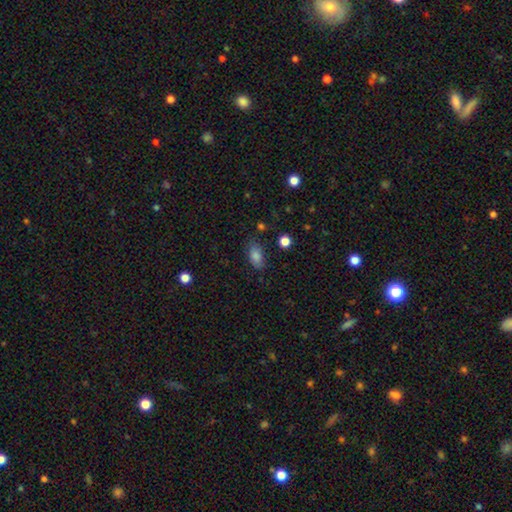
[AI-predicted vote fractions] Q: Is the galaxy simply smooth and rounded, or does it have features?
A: smooth — 79%.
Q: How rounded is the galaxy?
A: in between — 87%.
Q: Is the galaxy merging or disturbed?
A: none — 77%.